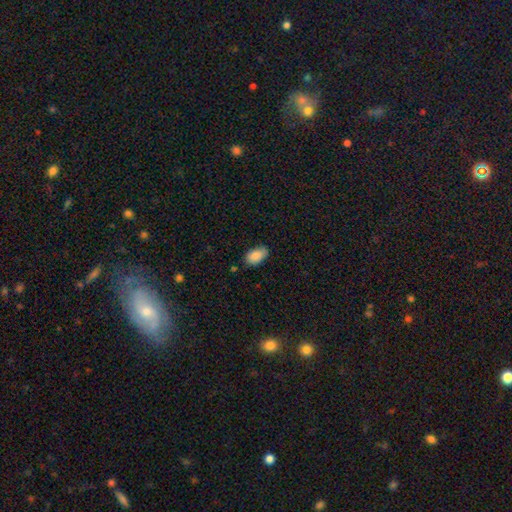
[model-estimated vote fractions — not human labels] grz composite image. It shows a smooth galaxy with no disk features (88%) that is in between round and cigar-shaped (93%). Merging: none (77%).